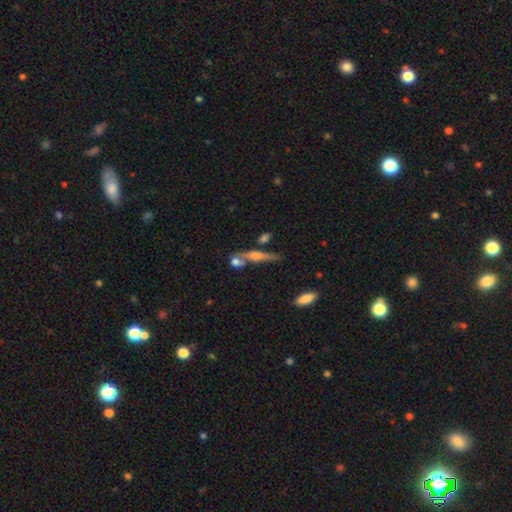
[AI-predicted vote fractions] This appears to be a featured or disk galaxy (60%) viewed edge-on (89%) with a rounded central bulge (77%). Merging: none (63%).